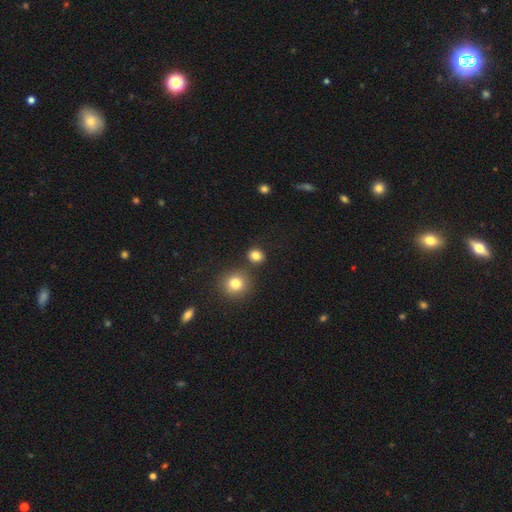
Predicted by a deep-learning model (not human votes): Q: Smooth or featured?
A: smooth (82%); runner-up: star or artifact (13%)
Q: How rounded?
A: round (72%); runner-up: in between (27%)
Q: Merging?
A: none (81%); runner-up: minor disturbance (9%)